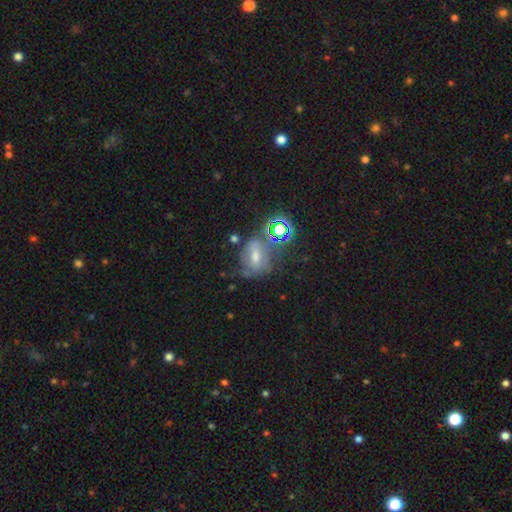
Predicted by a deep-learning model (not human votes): This appears to be a featured or disk galaxy (40%). Merging: none (53%).